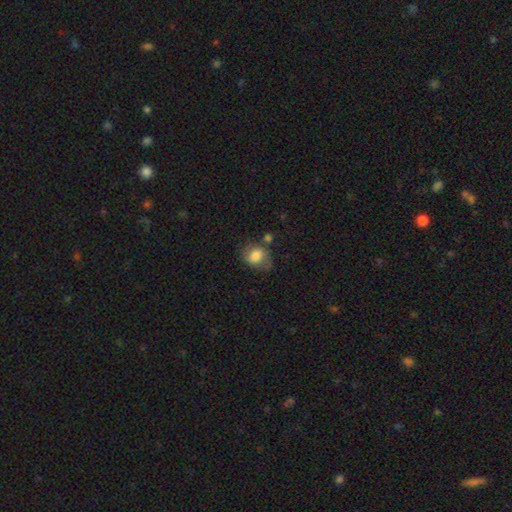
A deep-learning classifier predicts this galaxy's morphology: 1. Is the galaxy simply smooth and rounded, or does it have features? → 71% smooth, 21% featured or disk, 8% star or artifact.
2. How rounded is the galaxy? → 53% in between, 46% round, 1% cigar-shaped.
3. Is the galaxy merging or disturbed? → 50% none, 26% minor disturbance, 13% major disturbance, 10% merger.